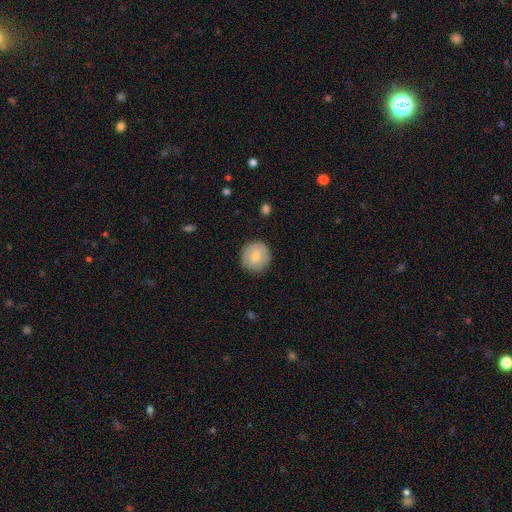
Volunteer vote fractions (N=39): A smooth galaxy with no disk features (79%) that is round (100%).

Vote fractions:
- Smooth or featured? smooth: 79% / featured or disk: 13% / star or artifact: 8%
- How rounded? round: 100% / in between: 0% / cigar-shaped: 0%
- Merging? none: 86% / minor disturbance: 8% / merger: 6% / major disturbance: 0%